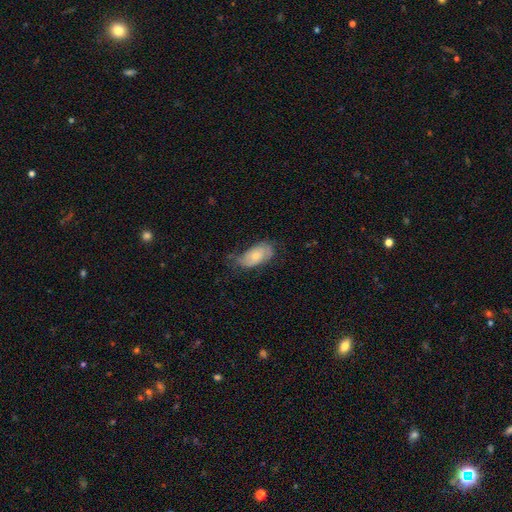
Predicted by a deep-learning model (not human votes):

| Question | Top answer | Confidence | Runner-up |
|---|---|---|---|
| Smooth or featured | smooth | 50% | featured or disk (43%) |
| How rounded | in between | 92% | round (5%) |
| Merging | none | 49% | minor disturbance (33%) |